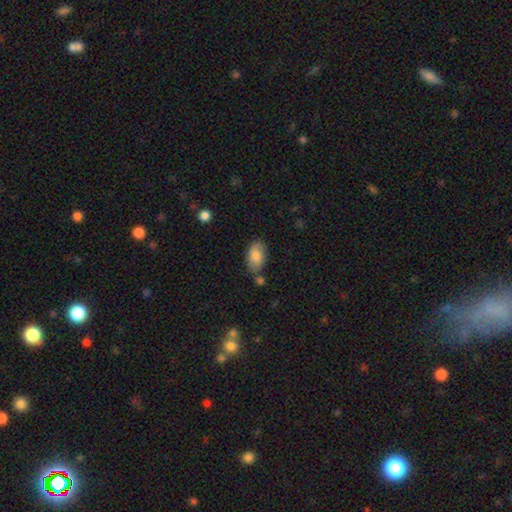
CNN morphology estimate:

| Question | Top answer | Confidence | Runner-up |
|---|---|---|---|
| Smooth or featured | smooth | 82% | featured or disk (11%) |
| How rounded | in between | 93% | round (5%) |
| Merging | none | 68% | minor disturbance (20%) |